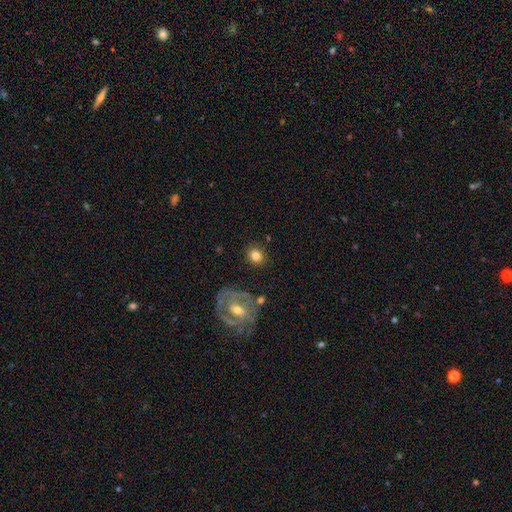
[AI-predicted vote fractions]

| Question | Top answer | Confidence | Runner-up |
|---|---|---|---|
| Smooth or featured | smooth | 77% | featured or disk (14%) |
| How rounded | round | 76% | in between (23%) |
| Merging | none | 83% | minor disturbance (10%) |